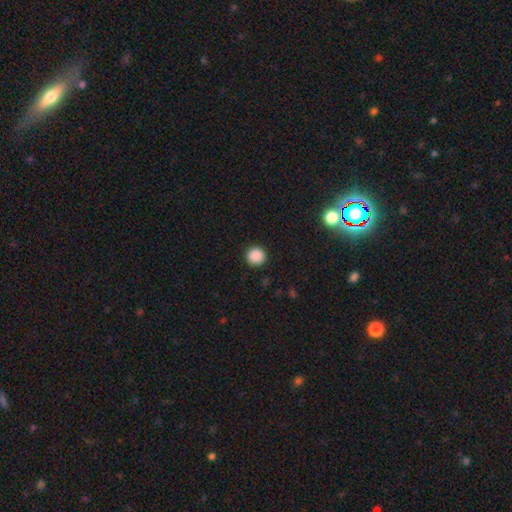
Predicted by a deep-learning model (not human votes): Smooth or featured? smooth (88%)
How rounded? round (94%)
Merging? none (92%)